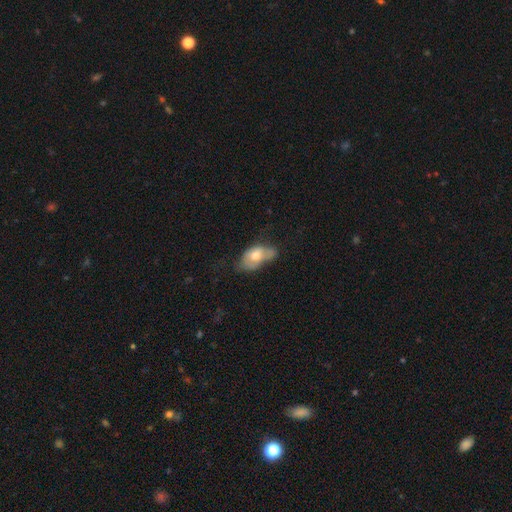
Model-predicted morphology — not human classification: Smooth or featured? Predicted: smooth (p=0.62). How rounded? Predicted: in between (p=0.89). Merging? Predicted: minor disturbance (p=0.38).